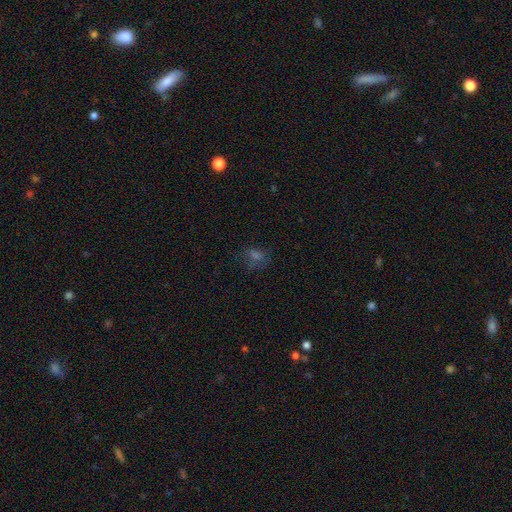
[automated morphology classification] This appears to be a smooth galaxy with no disk features (43%). Merging: none (62%).